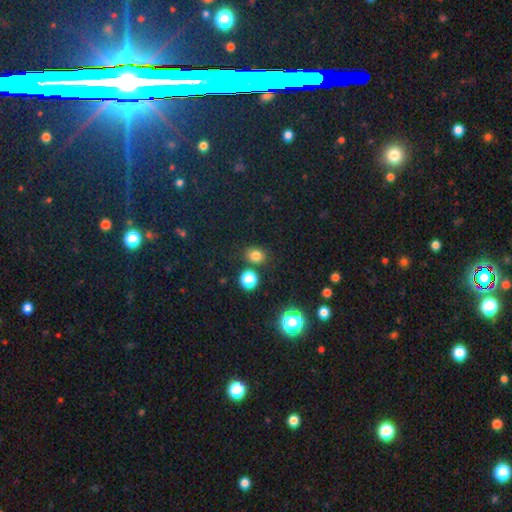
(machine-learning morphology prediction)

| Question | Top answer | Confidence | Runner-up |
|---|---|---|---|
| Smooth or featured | smooth | 77% | star or artifact (18%) |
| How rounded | round | 61% | in between (38%) |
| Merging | none | 77% | minor disturbance (11%) |